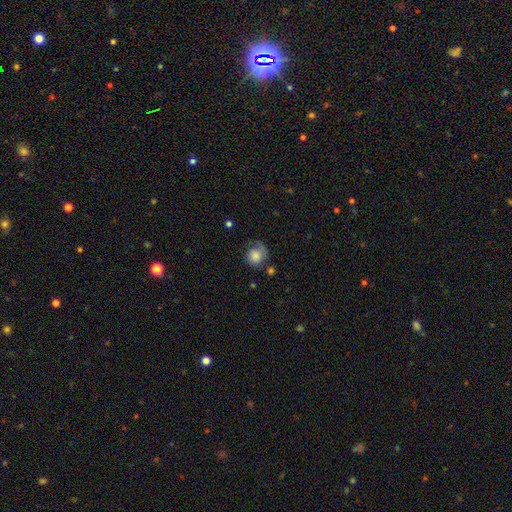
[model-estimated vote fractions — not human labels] The model was most divided on "merging": none: 48%, minor disturbance: 29%, major disturbance: 19%, merger: 4%. More confident: how rounded — round (82%); smooth or featured — smooth (71%).